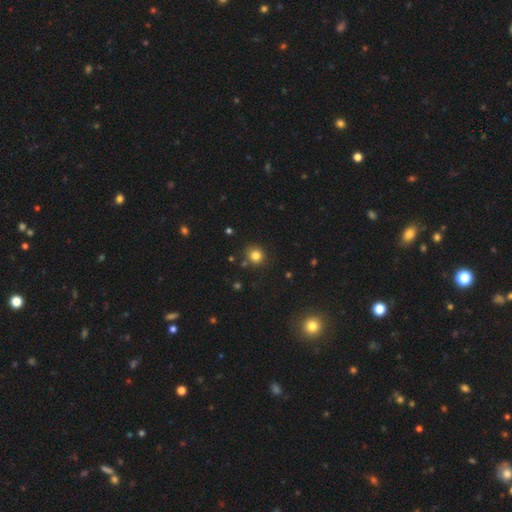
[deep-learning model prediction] This is clearly a smooth galaxy (81%). How rounded: clearly round (88%). Merging: clearly none (83%).